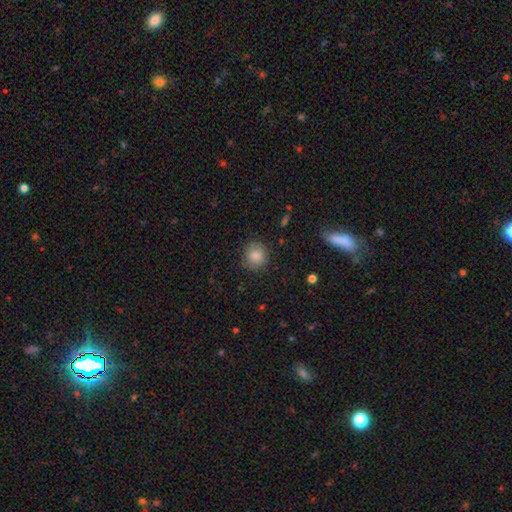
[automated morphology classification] The model was most divided on "merging": none: 85%, minor disturbance: 10%, major disturbance: 3%, merger: 1%. More confident: how rounded — round (88%); smooth or featured — smooth (86%).